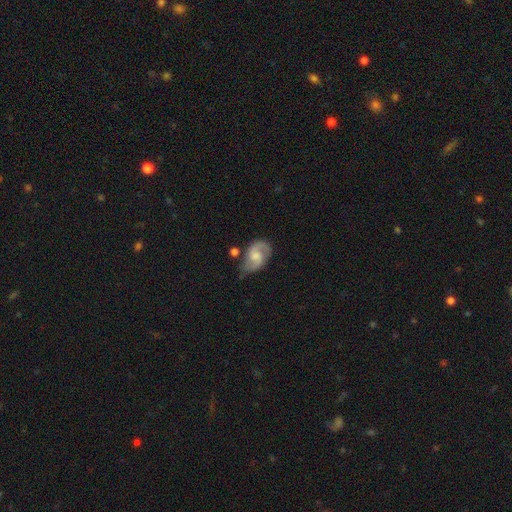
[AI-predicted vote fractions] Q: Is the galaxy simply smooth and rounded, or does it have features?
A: featured or disk — 72%.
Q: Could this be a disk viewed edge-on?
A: no — 97%.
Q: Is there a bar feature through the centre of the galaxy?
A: no — 47%.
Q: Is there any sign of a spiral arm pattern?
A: yes — 93%.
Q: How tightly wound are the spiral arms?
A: medium — 50%.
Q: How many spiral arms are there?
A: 2 — 87%.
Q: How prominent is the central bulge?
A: moderate — 40%.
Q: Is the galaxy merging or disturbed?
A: none — 61%.